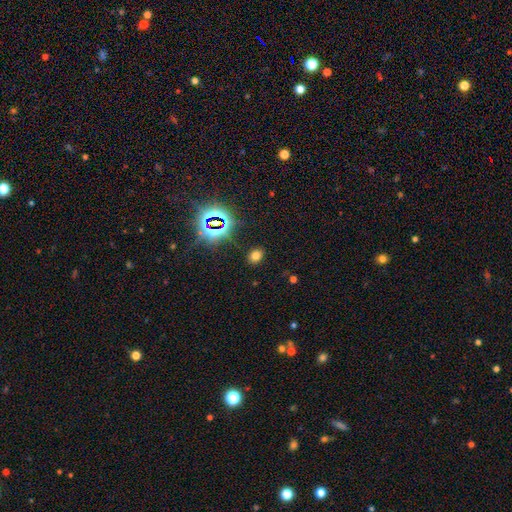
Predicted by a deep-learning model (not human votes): This appears to be a smooth galaxy with no disk features (67%) that is in between round and cigar-shaped (50%). Merging: none (87%).